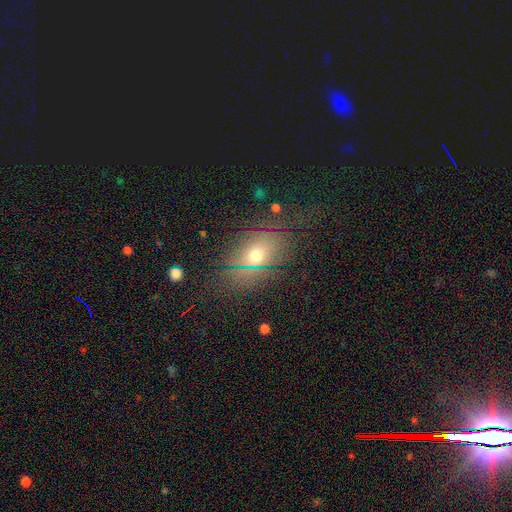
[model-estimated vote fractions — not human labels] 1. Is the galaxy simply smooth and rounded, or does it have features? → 61% smooth, 20% featured or disk, 19% star or artifact.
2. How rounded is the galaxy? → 73% in between, 23% round, 4% cigar-shaped.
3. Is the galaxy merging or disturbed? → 72% none, 16% minor disturbance, 9% major disturbance, 2% merger.